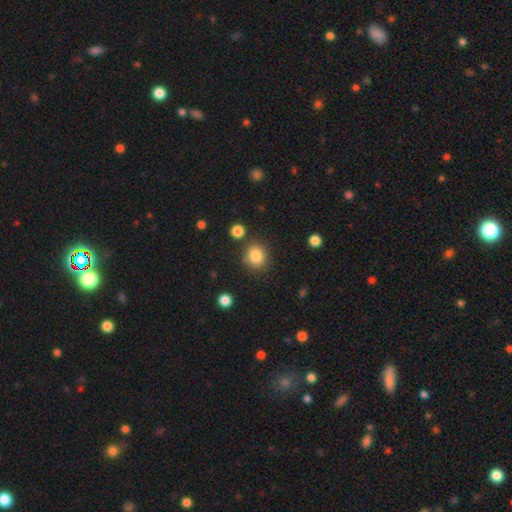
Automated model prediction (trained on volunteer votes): This appears to be a smooth galaxy with no disk features (84%) that is round (82%). Merging: none (84%).